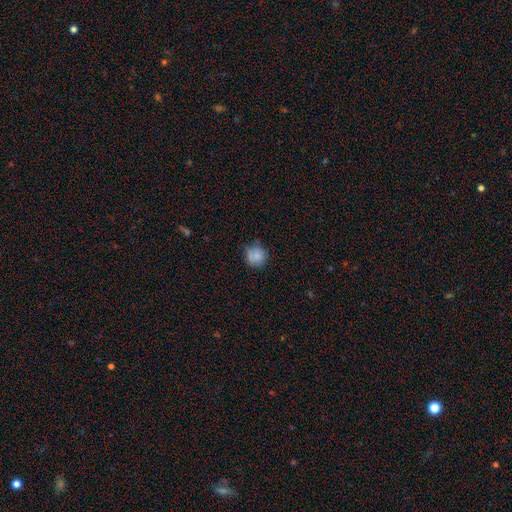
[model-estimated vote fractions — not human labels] Smooth or featured: smooth — 81% (star or artifact — 10%)
How rounded: round — 92% (in between — 7%)
Merging: none — 74% (minor disturbance — 20%)